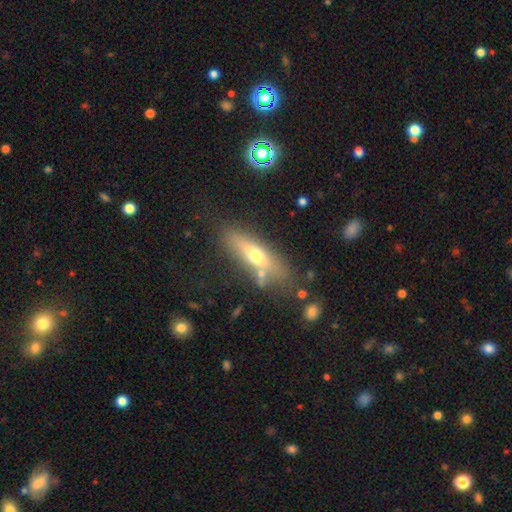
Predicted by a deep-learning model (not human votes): The model was most divided on "how rounded": cigar-shaped: 55%, in between: 41%, round: 3%. More confident: merging — none (70%); smooth or featured — smooth (53%).